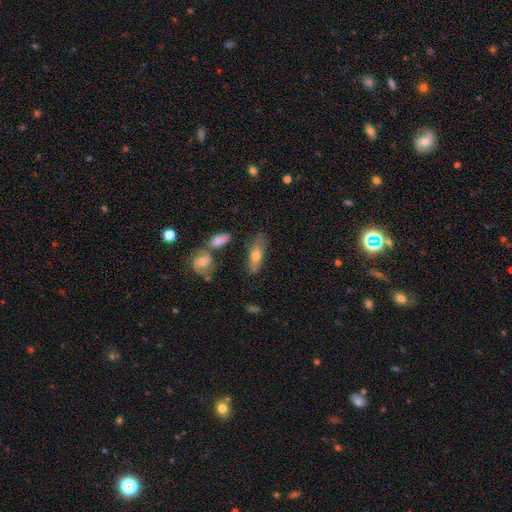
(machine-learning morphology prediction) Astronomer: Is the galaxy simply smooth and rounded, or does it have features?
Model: smooth — 62%.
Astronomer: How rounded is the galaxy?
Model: in between — 67%.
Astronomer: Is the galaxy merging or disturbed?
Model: none — 68%.